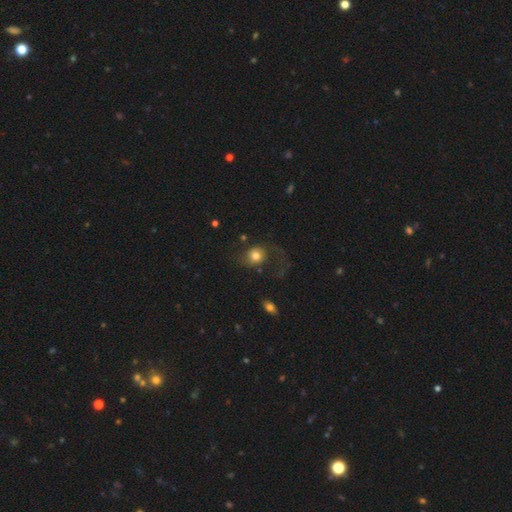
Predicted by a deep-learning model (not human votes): This is likely a smooth galaxy (61%). How rounded: likely round (72%). Merging: marginally major disturbance (40%, tied with none).